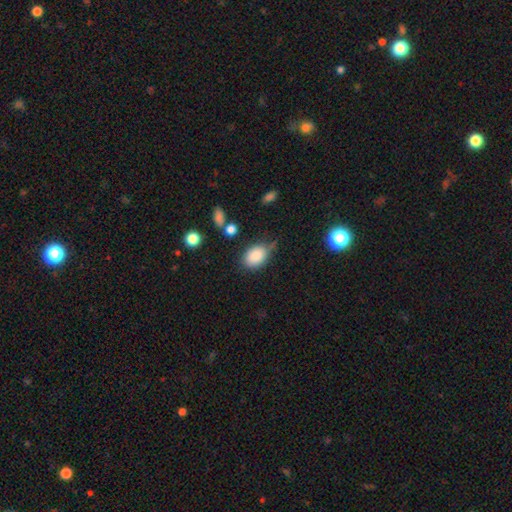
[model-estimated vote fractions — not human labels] This is clearly a smooth galaxy (86%). How rounded: likely in between (77%). Merging: possibly none (57%).